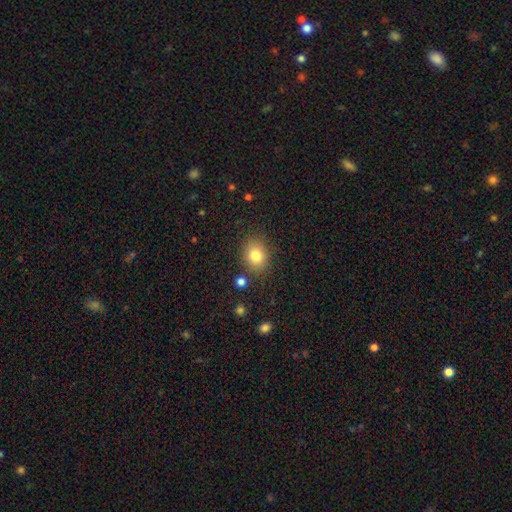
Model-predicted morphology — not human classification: Smooth or featured? Predicted: smooth (p=0.81). How rounded? Predicted: round (p=0.54). Merging? Predicted: none (p=0.83).